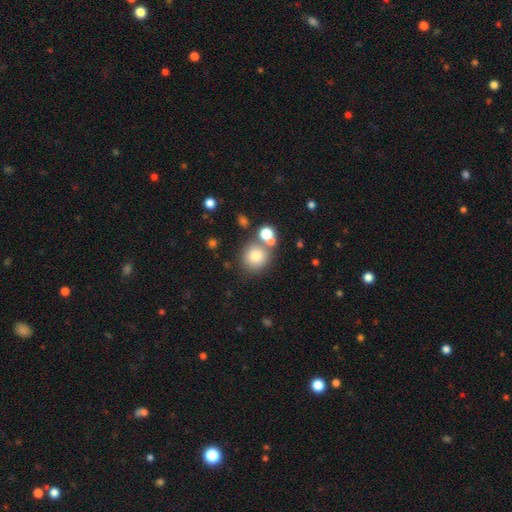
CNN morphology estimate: This appears to be a smooth galaxy with no disk features (77%) that is round (87%). Merging: none (65%).